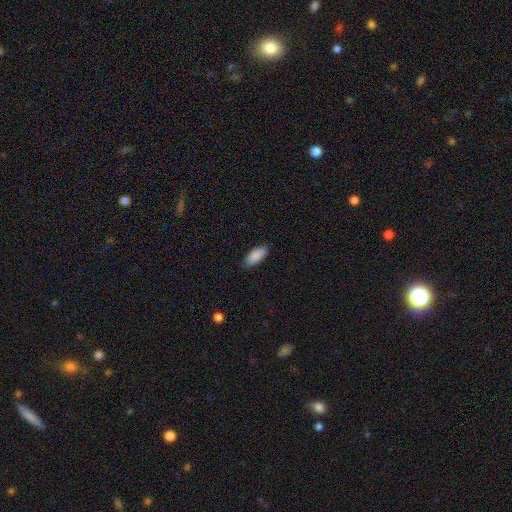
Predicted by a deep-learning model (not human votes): Overall: smooth (89%). How rounded: in between (85%). Merging: none (83%).